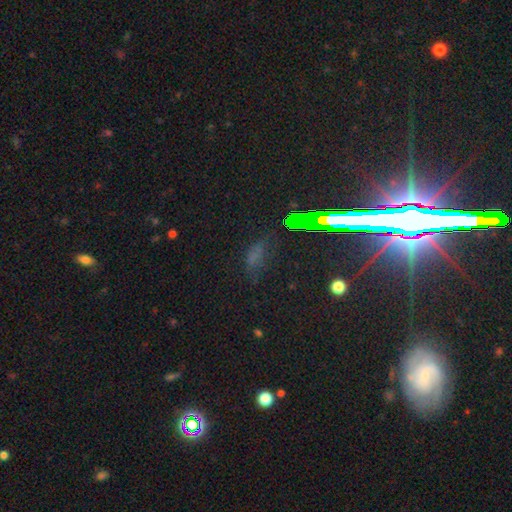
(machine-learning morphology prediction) Smooth or featured?
  - star or artifact: 48% *
  - smooth: 36%
  - featured or disk: 16%